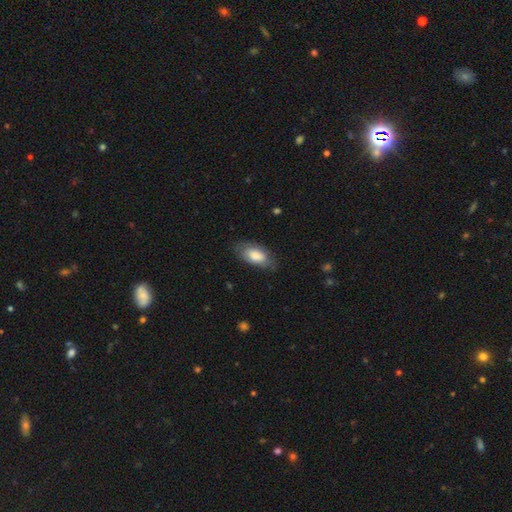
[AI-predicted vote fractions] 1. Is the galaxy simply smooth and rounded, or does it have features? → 74% smooth, 20% featured or disk, 6% star or artifact.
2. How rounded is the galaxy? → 92% in between, 5% cigar-shaped, 3% round.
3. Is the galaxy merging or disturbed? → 71% none, 22% minor disturbance, 6% major disturbance, 1% merger.